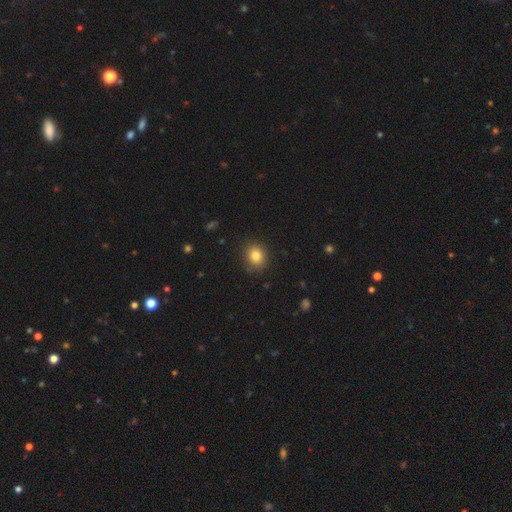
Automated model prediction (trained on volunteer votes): smooth-or-featured: smooth: 82% | star or artifact: 11% | featured or disk: 7%
  how-rounded: round: 67% | in between: 32% | cigar-shaped: 1%
  merging: none: 87% | minor disturbance: 10% | major disturbance: 2% | merger: 1%